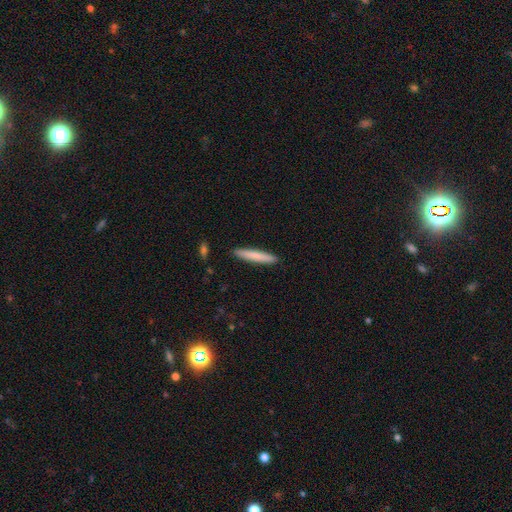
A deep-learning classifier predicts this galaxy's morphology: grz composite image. It shows a smooth galaxy with no disk features (79%) that is cigar-shaped (94%). Merging: none (91%).